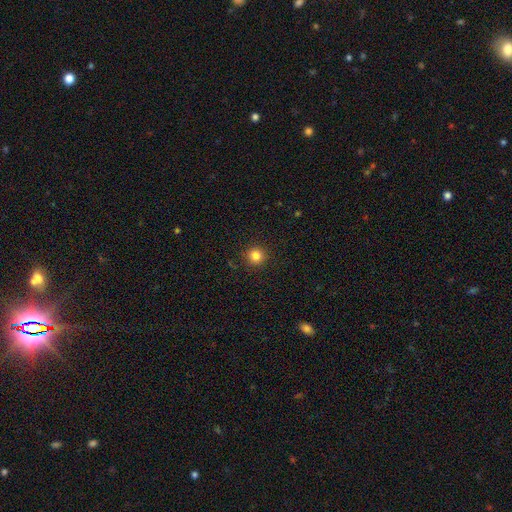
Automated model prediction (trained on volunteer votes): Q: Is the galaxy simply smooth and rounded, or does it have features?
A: smooth — 82%.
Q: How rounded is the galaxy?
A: round — 95%.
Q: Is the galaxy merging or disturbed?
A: none — 91%.